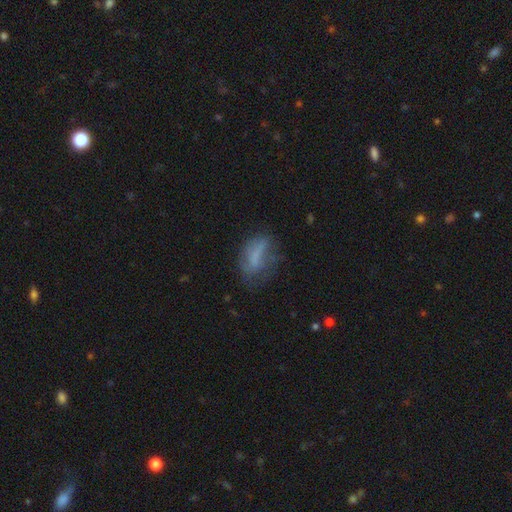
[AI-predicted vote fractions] A smooth galaxy with no disk features (59%) that is in between round and cigar-shaped (78%). Merging: none (44%).